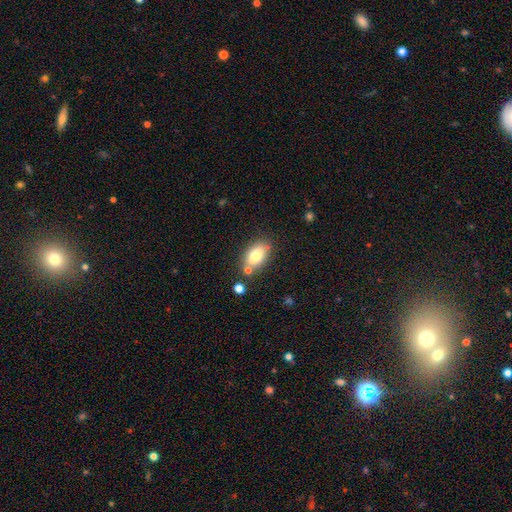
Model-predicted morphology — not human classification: type=smooth (78%); roundness=in between (88%); merging=none (70%).